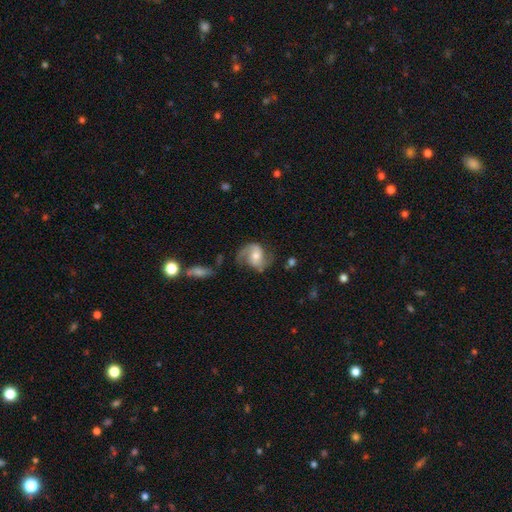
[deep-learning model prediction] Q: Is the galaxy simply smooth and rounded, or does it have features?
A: featured or disk — 79%.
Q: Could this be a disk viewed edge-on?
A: no — 97%.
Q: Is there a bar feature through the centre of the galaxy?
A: no — 44%.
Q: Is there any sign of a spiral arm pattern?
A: yes — 94%.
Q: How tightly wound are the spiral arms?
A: medium — 46%.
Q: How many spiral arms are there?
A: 2 — 84%.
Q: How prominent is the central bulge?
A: moderate — 58%.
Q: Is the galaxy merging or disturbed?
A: none — 63%.